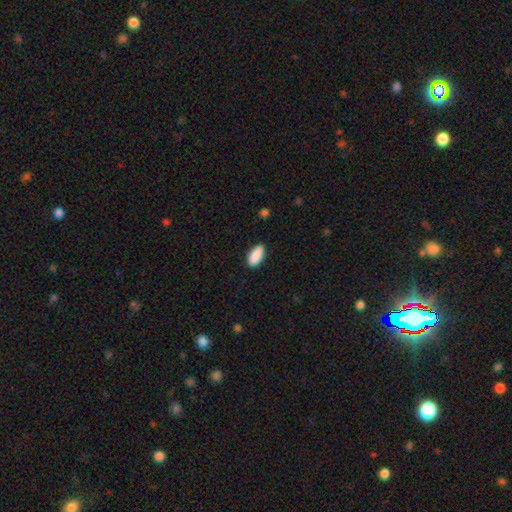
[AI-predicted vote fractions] Smooth or featured?
  - smooth: 88% *
  - star or artifact: 7%
  - featured or disk: 5%
How rounded?
  - in between: 85% *
  - cigar-shaped: 12%
  - round: 3%
Merging?
  - none: 84% *
  - minor disturbance: 12%
  - major disturbance: 2%
  - merger: 1%